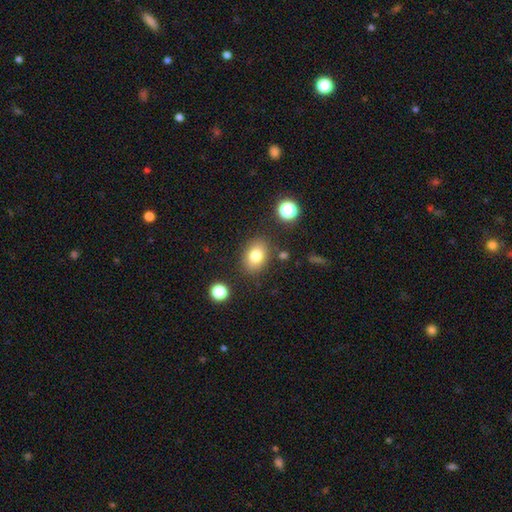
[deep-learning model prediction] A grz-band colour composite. It shows a smooth galaxy with no disk features (79%) that is in between round and cigar-shaped (69%). Merging: none (82%).